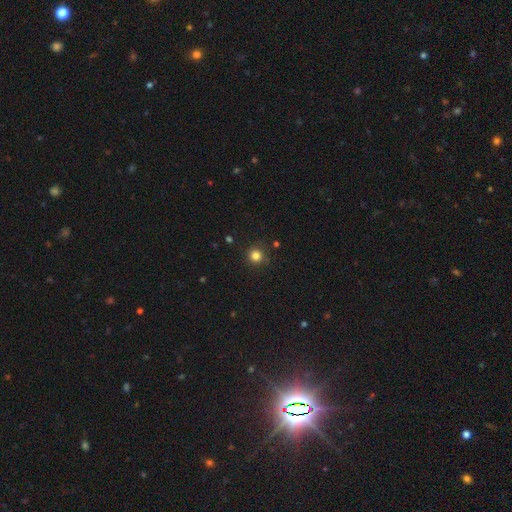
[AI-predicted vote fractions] Morphology: type=smooth (82%); roundness=round (94%); merging=none (85%).